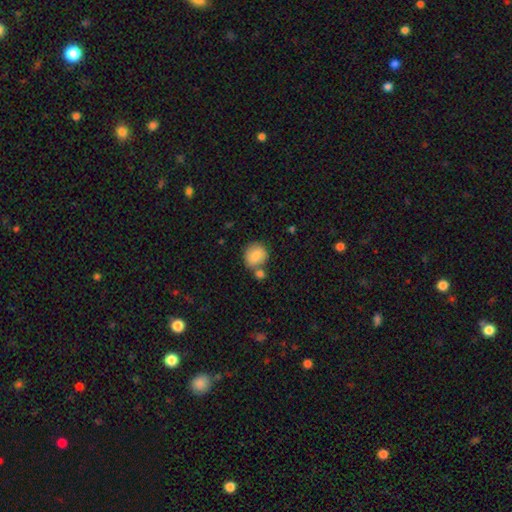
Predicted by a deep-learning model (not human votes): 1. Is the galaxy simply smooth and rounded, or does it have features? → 84% smooth, 9% featured or disk, 7% star or artifact.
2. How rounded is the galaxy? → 79% round, 20% in between, 1% cigar-shaped.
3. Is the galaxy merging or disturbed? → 56% none, 26% merger, 13% minor disturbance, 4% major disturbance.